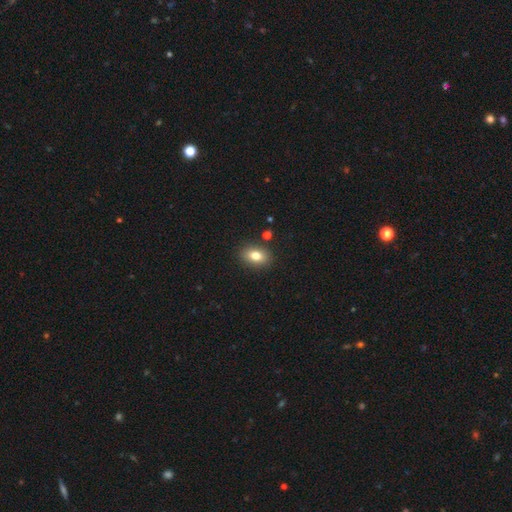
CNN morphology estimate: Overall: smooth (79%). How rounded: in between (78%). Merging: none (86%).